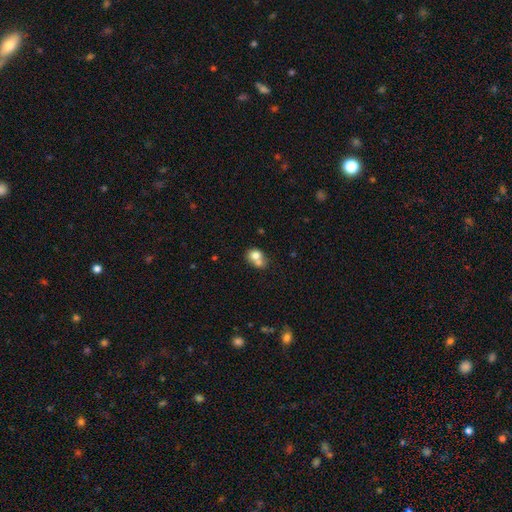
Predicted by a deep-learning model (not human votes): Smooth or featured? Predicted: smooth (p=0.73). How rounded? Predicted: round (p=0.61). Merging? Predicted: merger (p=0.57).